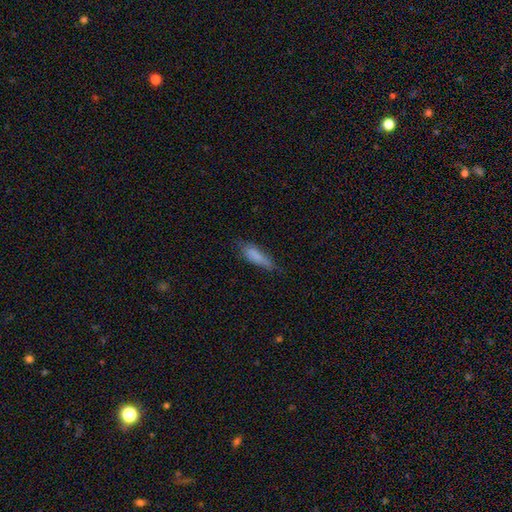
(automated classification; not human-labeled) This is likely a smooth galaxy (79%). How rounded: likely cigar-shaped (64%). Merging: possibly none (59%).